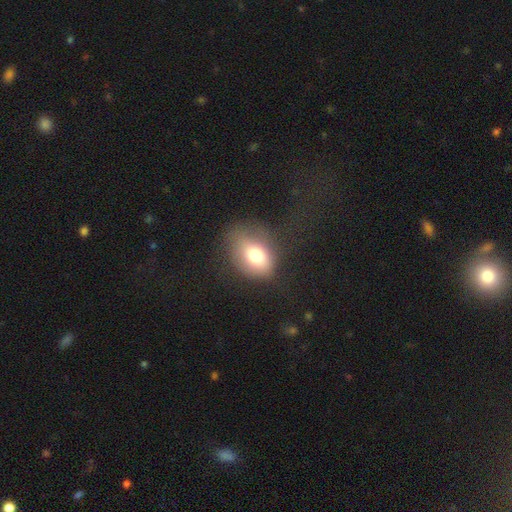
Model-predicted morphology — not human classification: Smooth or featured?
  - smooth: 73% *
  - featured or disk: 15%
  - star or artifact: 12%
How rounded?
  - in between: 64% *
  - round: 34%
  - cigar-shaped: 1%
Merging?
  - none: 60% *
  - minor disturbance: 23%
  - major disturbance: 16%
  - merger: 2%